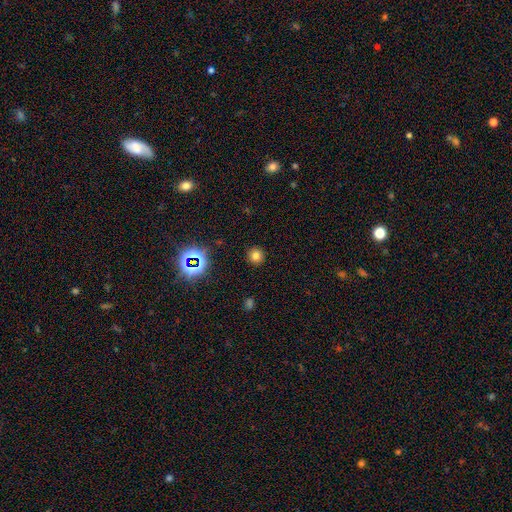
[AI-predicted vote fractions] The model was most divided on "smooth or featured": smooth: 73%, star or artifact: 20%, featured or disk: 7%. More confident: how rounded — round (92%); merging — none (91%).